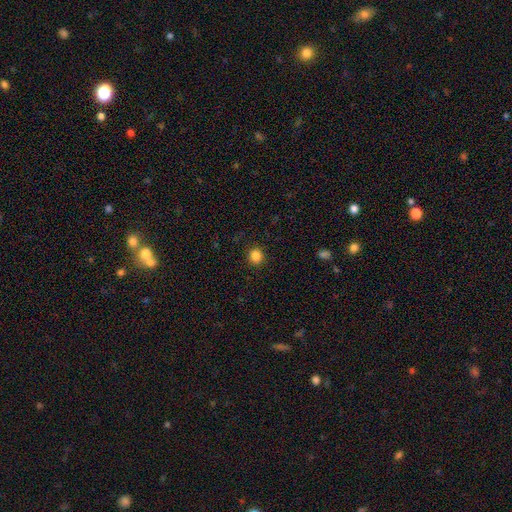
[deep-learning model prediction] A smooth galaxy with no disk features (85%) that is round (89%).

Vote fractions:
- Smooth or featured? smooth: 85% / star or artifact: 11% / featured or disk: 4%
- How rounded? round: 89% / in between: 10% / cigar-shaped: 1%
- Merging? none: 92% / minor disturbance: 6% / major disturbance: 2% / merger: 1%